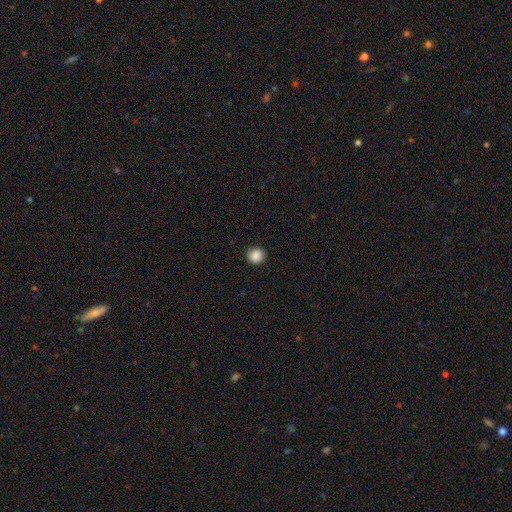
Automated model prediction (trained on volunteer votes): smooth-or-featured: smooth: 87% | star or artifact: 9% | featured or disk: 4%
  how-rounded: round: 92% | in between: 7% | cigar-shaped: 1%
  merging: none: 89% | minor disturbance: 8% | major disturbance: 2% | merger: 1%